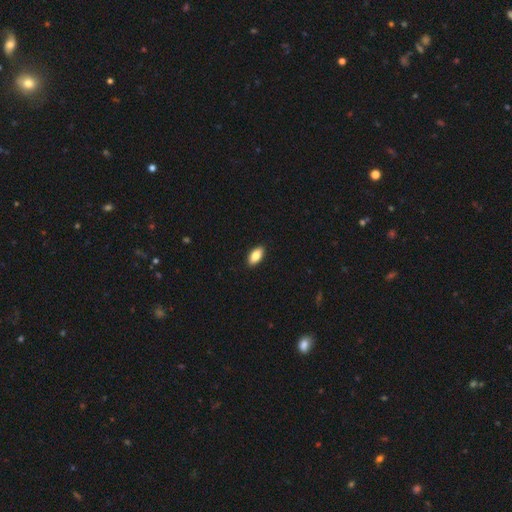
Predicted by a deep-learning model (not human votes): smooth-or-featured: smooth: 84% | featured or disk: 9% | star or artifact: 7%
  how-rounded: in between: 92% | cigar-shaped: 5% | round: 3%
  merging: none: 91% | minor disturbance: 6% | major disturbance: 1% | merger: 1%